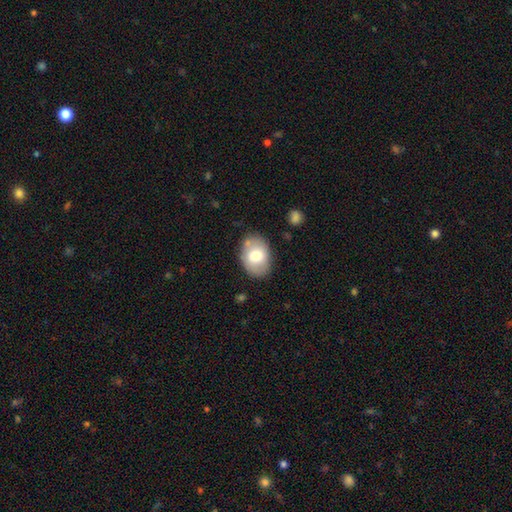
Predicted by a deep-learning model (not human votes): smooth_or_featured: smooth (p=0.72) [alt: featured or disk p=0.21]
how_rounded: in between (p=0.80) [alt: round p=0.19]
merging: none (p=0.78) [alt: minor disturbance p=0.15]